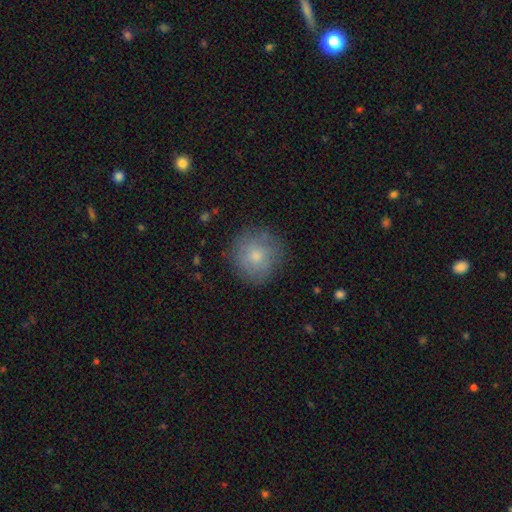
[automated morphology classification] Overall: smooth (73%). How rounded: round (93%). Merging: none (82%).